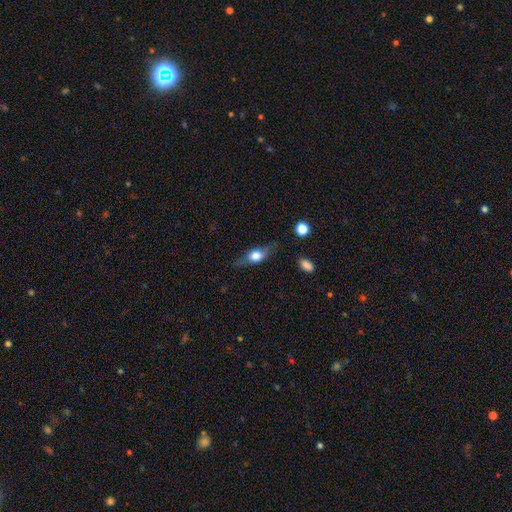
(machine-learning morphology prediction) This appears to be a smooth galaxy with no disk features (51%) that is in between round and cigar-shaped (61%). Merging: none (70%).